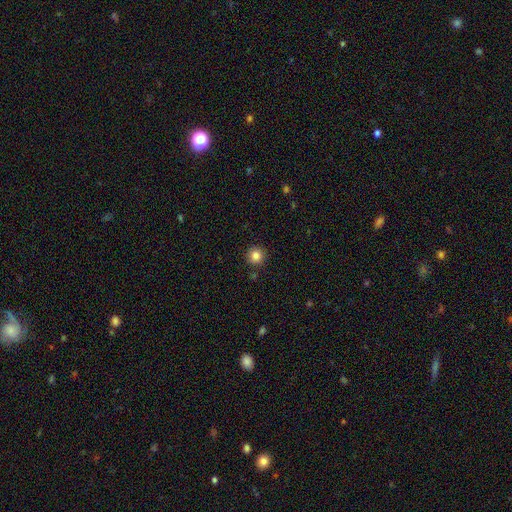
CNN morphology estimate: A smooth galaxy with no disk features (84%) that is round (95%). Merging: none (91%).